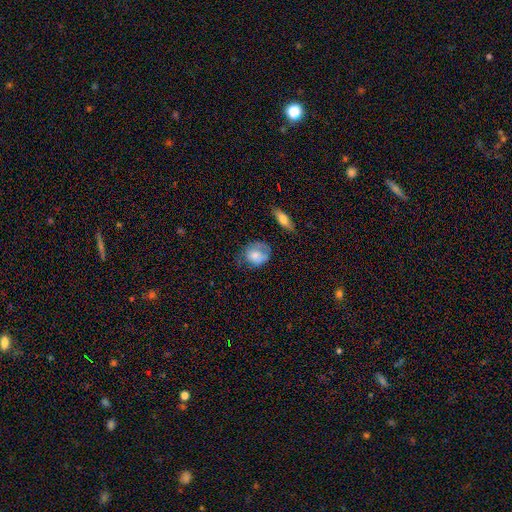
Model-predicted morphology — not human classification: type=smooth (69%); roundness=round (55%); merging=none (40%).